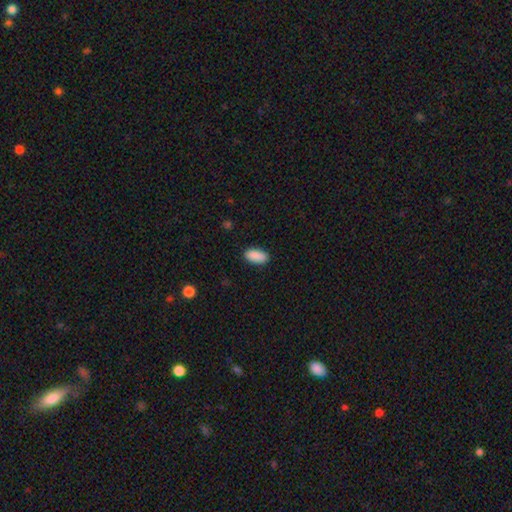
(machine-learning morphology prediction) smooth_or_featured: smooth (p=0.90) [alt: star or artifact p=0.07]
how_rounded: in between (p=0.92) [alt: cigar-shaped p=0.05]
merging: none (p=0.87) [alt: minor disturbance p=0.09]